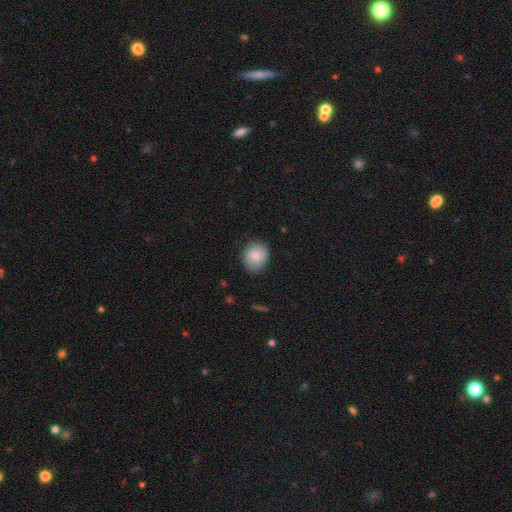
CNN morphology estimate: This appears to be a smooth galaxy with no disk features (79%) that is round (75%). Merging: none (84%).